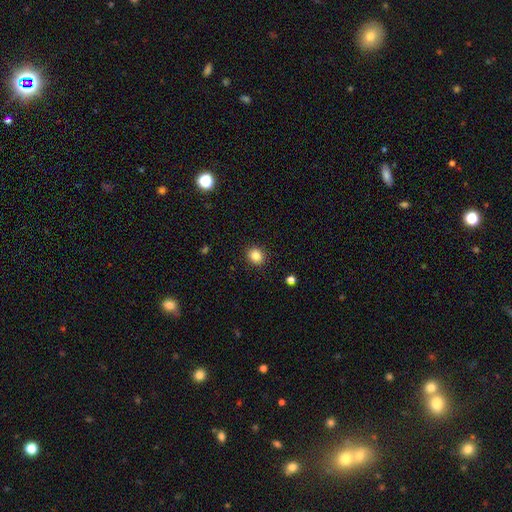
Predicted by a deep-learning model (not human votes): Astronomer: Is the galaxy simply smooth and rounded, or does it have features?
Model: smooth — 85%.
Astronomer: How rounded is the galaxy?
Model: round — 67%.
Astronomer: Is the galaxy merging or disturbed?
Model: none — 90%.